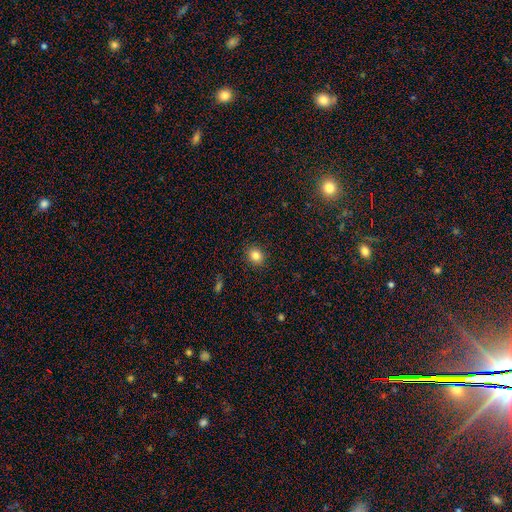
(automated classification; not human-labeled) Overall: smooth (83%). How rounded: round (73%). Merging: none (90%).